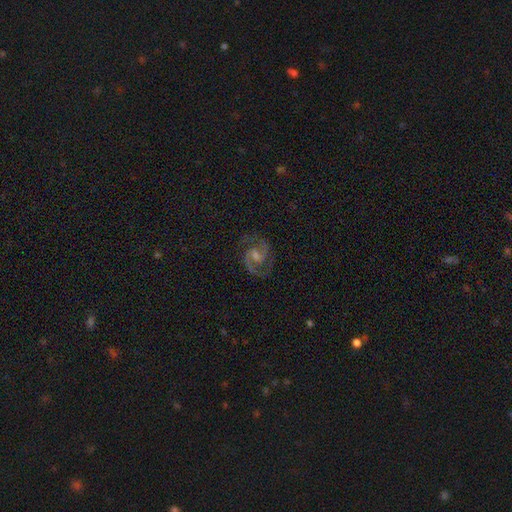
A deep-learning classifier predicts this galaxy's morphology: The model was most divided on "bulge size": small: 45%, moderate: 41%, none: 10%, large: 3%, dominant: 1%. More confident: spiral arms — yes (98%); edge-on disk — no (98%); spiral arm count — 2 (93%); smooth or featured — featured or disk (90%); merging — none (83%); spiral winding — medium (65%); bar — weak (56%).